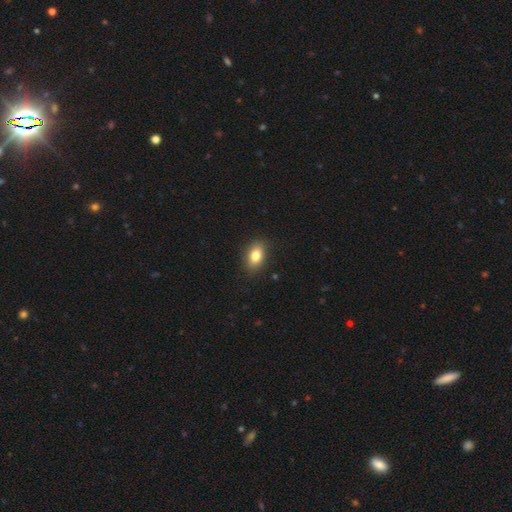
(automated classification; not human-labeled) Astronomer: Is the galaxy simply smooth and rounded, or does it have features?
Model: smooth — 82%.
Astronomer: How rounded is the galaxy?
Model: in between — 85%.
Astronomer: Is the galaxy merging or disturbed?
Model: none — 86%.